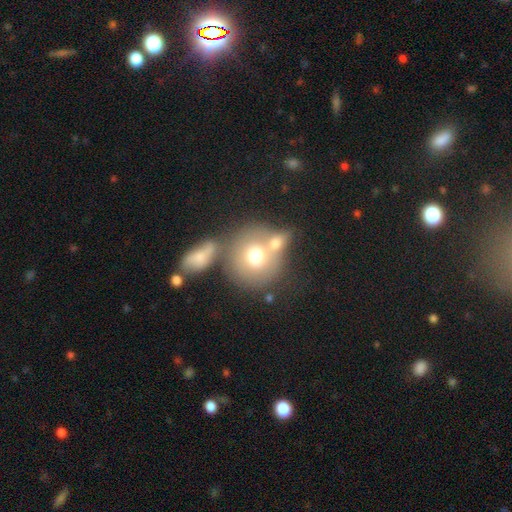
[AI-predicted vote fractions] Q: Smooth or featured?
A: smooth (68%); runner-up: featured or disk (22%)
Q: How rounded?
A: round (84%); runner-up: in between (15%)
Q: Merging?
A: none (44%); runner-up: merger (39%)